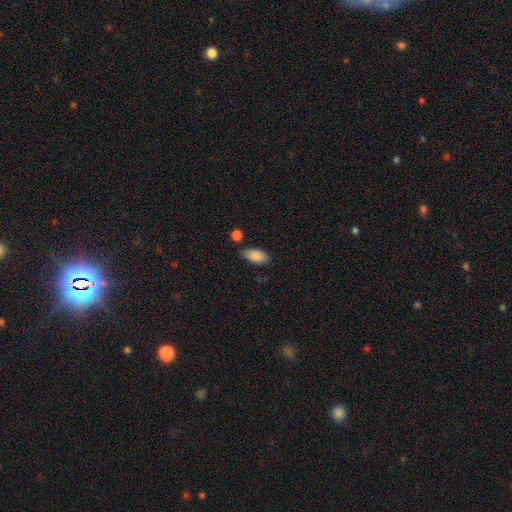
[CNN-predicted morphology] Q: Smooth or featured?
A: smooth (86%); runner-up: featured or disk (7%)
Q: How rounded?
A: in between (90%); runner-up: cigar-shaped (7%)
Q: Merging?
A: none (75%); runner-up: minor disturbance (16%)